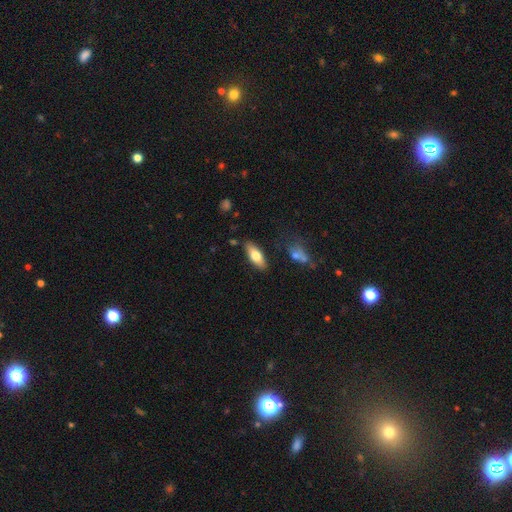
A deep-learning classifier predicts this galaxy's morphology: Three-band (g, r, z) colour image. It shows a smooth galaxy with no disk features (70%) that is in between round and cigar-shaped (74%). Merging: none (83%).